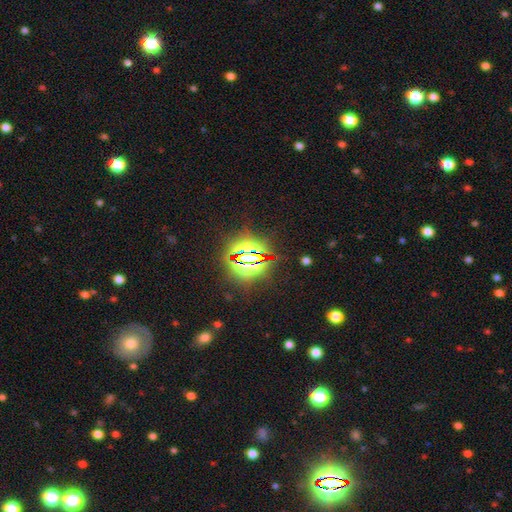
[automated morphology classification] smooth_or_featured: star or artifact (p=0.83) [alt: smooth p=0.10]